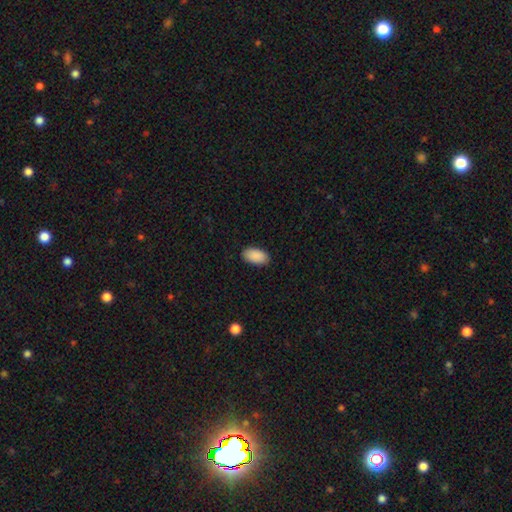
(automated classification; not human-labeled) A smooth galaxy with no disk features (91%) that is in between round and cigar-shaped (95%). Merging: none (88%).